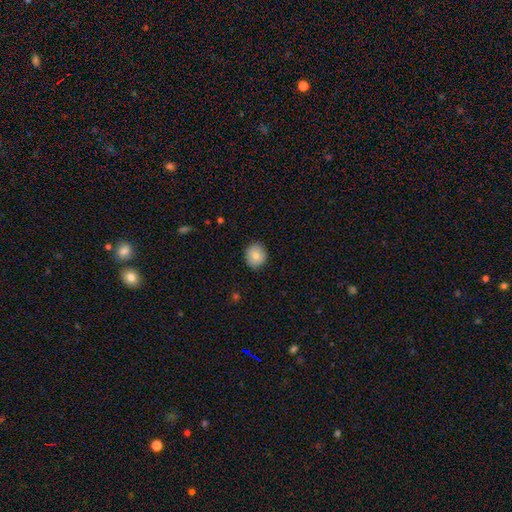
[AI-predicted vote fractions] Overall: smooth (81%). How rounded: round (81%). Merging: none (89%).